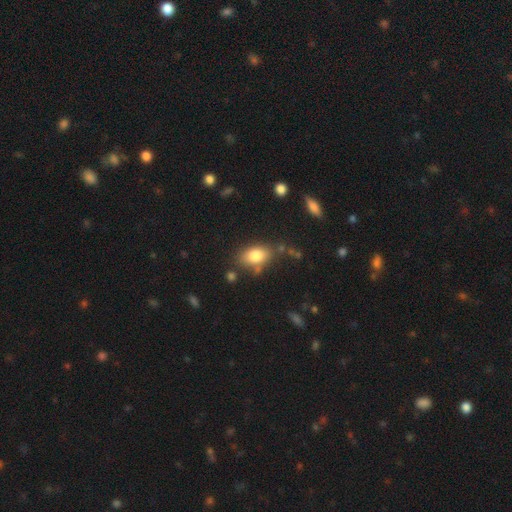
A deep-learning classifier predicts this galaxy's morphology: This appears to be a smooth galaxy with no disk features (81%) that is in between round and cigar-shaped (87%). Merging: none (71%).